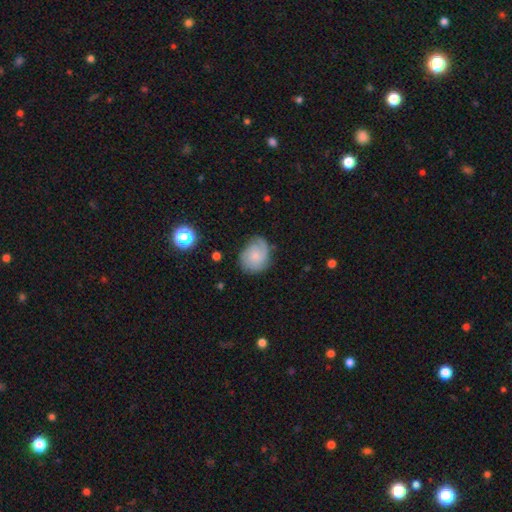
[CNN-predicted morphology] type=featured or disk (50%); edge-on=no (97%); merging=none (61%).